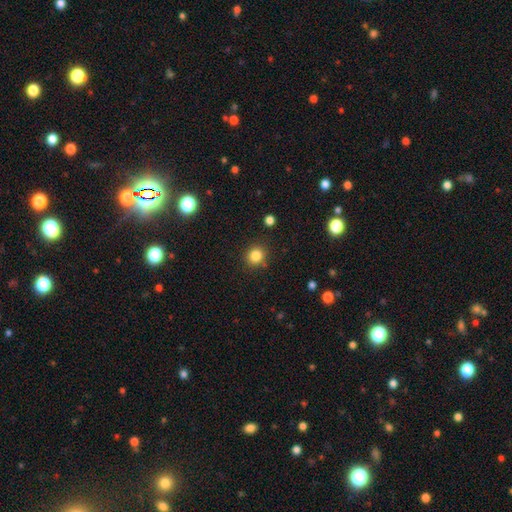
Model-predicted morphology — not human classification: Smooth or featured?
  - smooth: 83% *
  - star or artifact: 12%
  - featured or disk: 5%
How rounded?
  - round: 87% *
  - in between: 12%
  - cigar-shaped: 1%
Merging?
  - none: 88% *
  - minor disturbance: 7%
  - major disturbance: 2%
  - merger: 2%